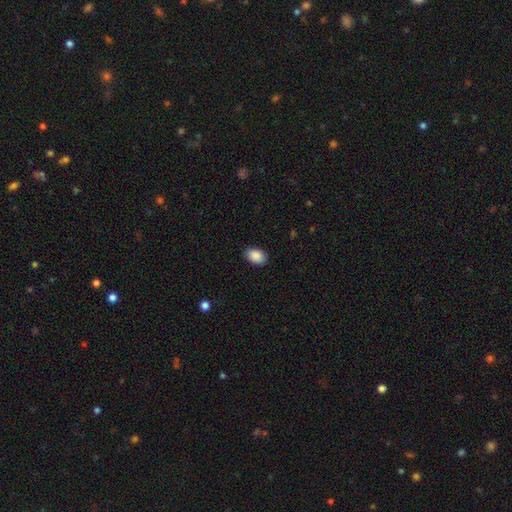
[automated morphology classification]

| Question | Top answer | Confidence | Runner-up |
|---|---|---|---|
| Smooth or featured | smooth | 90% | star or artifact (7%) |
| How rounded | in between | 86% | round (13%) |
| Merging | none | 88% | minor disturbance (9%) |